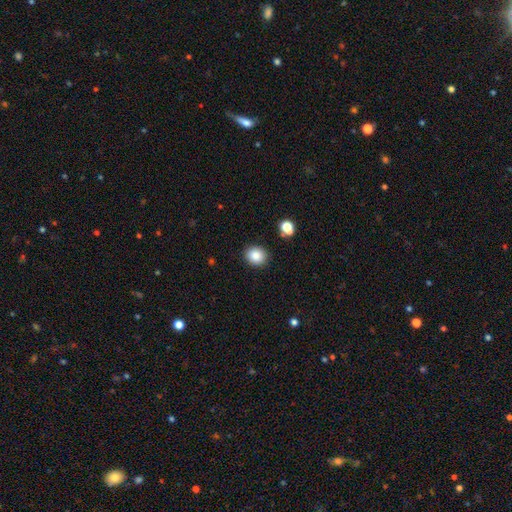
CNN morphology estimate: Smooth or featured? Predicted: smooth (p=0.86). How rounded? Predicted: round (p=0.78). Merging? Predicted: none (p=0.89).